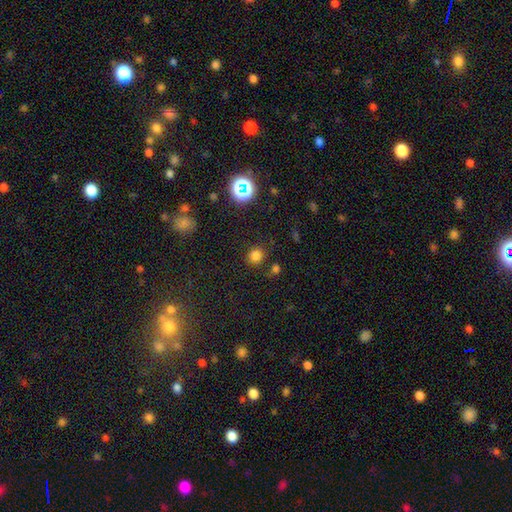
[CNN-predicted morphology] Q: Smooth or featured?
A: smooth (77%); runner-up: star or artifact (18%)
Q: How rounded?
A: round (88%); runner-up: in between (11%)
Q: Merging?
A: none (81%); runner-up: minor disturbance (10%)